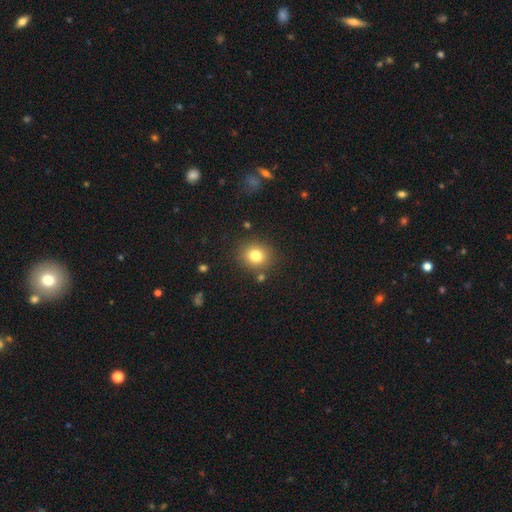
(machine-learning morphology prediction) smooth-or-featured: smooth: 80% | star or artifact: 12% | featured or disk: 8%
  how-rounded: round: 81% | in between: 18% | cigar-shaped: 1%
  merging: none: 84% | minor disturbance: 9% | merger: 4% | major disturbance: 3%